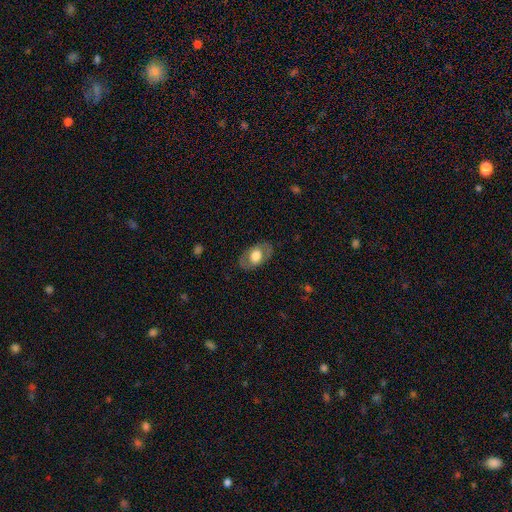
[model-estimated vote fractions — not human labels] This is possibly a smooth galaxy (56%). How rounded: clearly in between (87%). Merging: clearly none (81%).